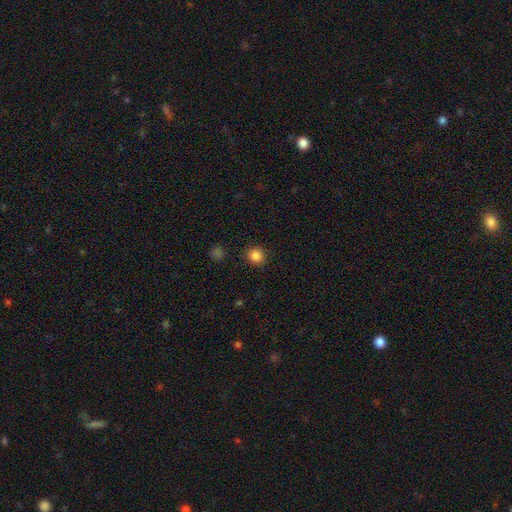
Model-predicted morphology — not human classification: Q: Smooth or featured?
A: smooth (85%); runner-up: star or artifact (11%)
Q: How rounded?
A: round (84%); runner-up: in between (16%)
Q: Merging?
A: none (89%); runner-up: minor disturbance (7%)